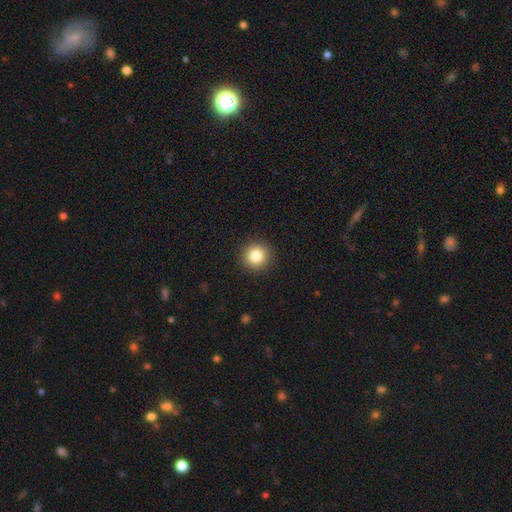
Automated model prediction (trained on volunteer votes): This appears to be a smooth galaxy with no disk features (83%) that is round (94%). Merging: none (92%).